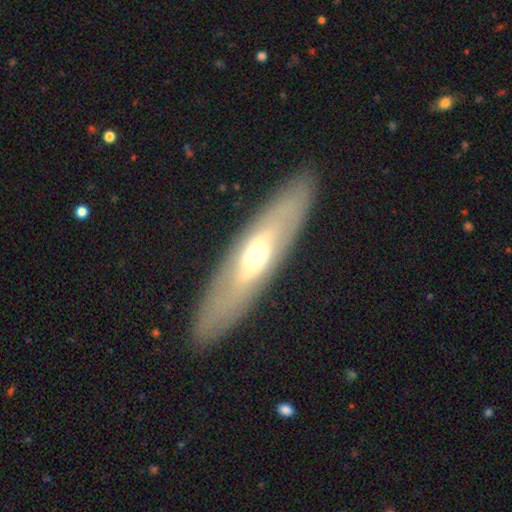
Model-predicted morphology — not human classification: smooth-or-featured: featured or disk: 58% | smooth: 36% | star or artifact: 6%
  disk-edge-on: no: 52% | yes: 48%
  merging: none: 88% | minor disturbance: 8% | major disturbance: 3% | merger: 1%